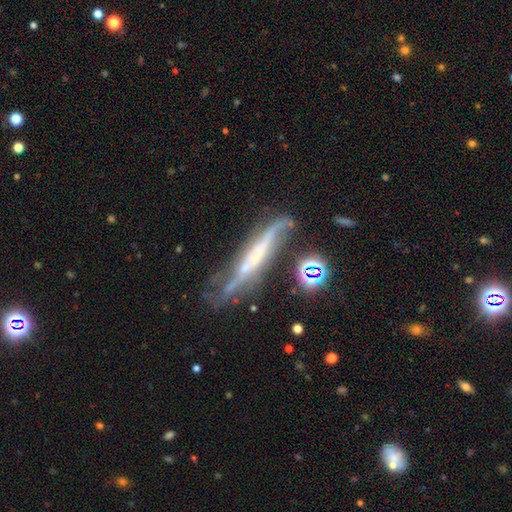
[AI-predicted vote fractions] Q: Smooth or featured?
A: featured or disk (72%); runner-up: smooth (19%)
Q: Edge-on disk?
A: yes (71%); runner-up: no (29%)
Q: Edge-on bulge?
A: none (56%); runner-up: rounded (29%)
Q: Merging?
A: none (53%); runner-up: minor disturbance (25%)